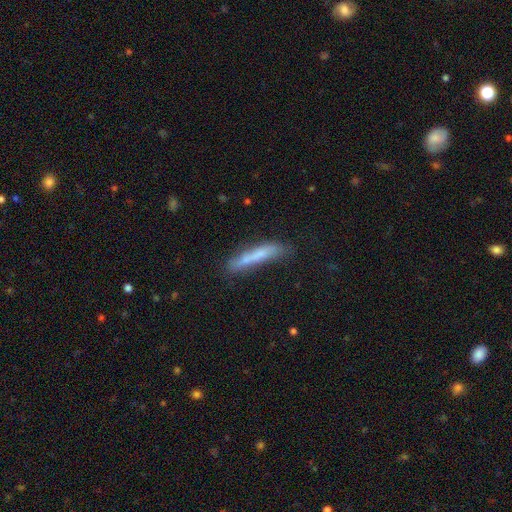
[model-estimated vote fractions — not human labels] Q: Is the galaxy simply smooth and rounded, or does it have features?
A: smooth — 67%.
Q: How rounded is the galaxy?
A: cigar-shaped — 92%.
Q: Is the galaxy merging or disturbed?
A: none — 69%.